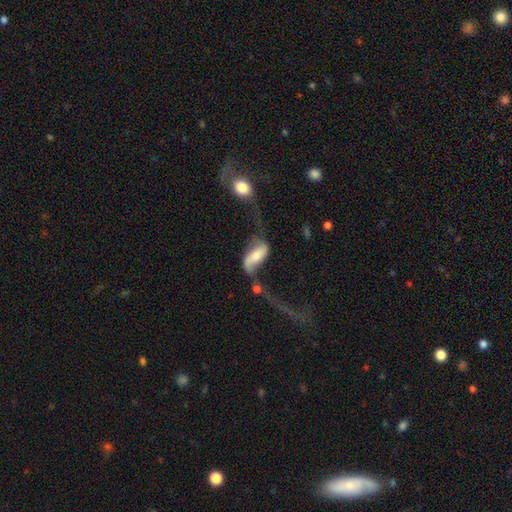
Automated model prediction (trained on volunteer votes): This is likely a featured or disk galaxy (65%). It is clearly not viewed edge-on (89%). Bar: marginally strong (39%). Spiral arm pattern: likely yes (79%). Central bulge: possibly moderate (51%). Merging: marginally major disturbance (34%).